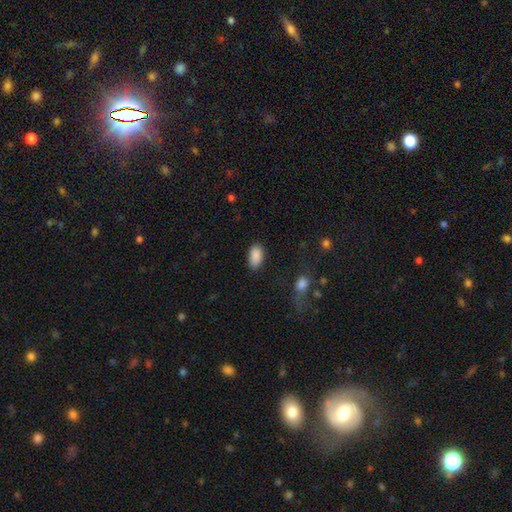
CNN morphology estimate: The model was most divided on "merging": none: 82%, minor disturbance: 13%, major disturbance: 3%, merger: 2%. More confident: how rounded — in between (93%); smooth or featured — smooth (89%).